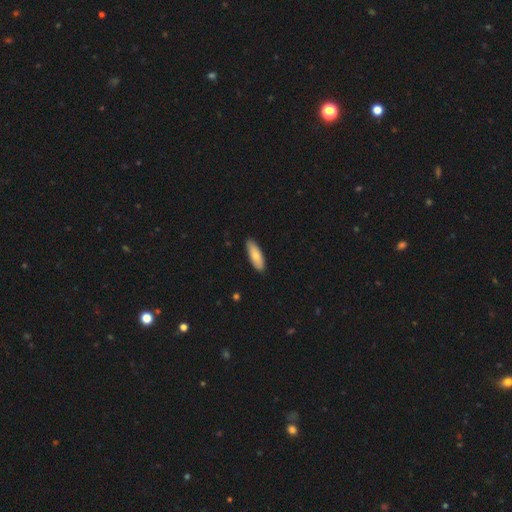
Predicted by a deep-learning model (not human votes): smooth 81%, featured or disk 13%, star or artifact 5%. Down the decision tree: how rounded — in between (63%); merging — none (89%).